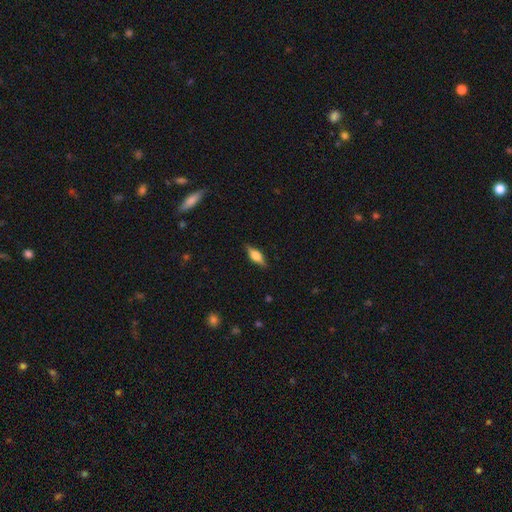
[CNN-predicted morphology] smooth-or-featured: featured or disk: 47% | smooth: 45% | star or artifact: 7%
  merging: none: 85% | minor disturbance: 11% | major disturbance: 2% | merger: 1%